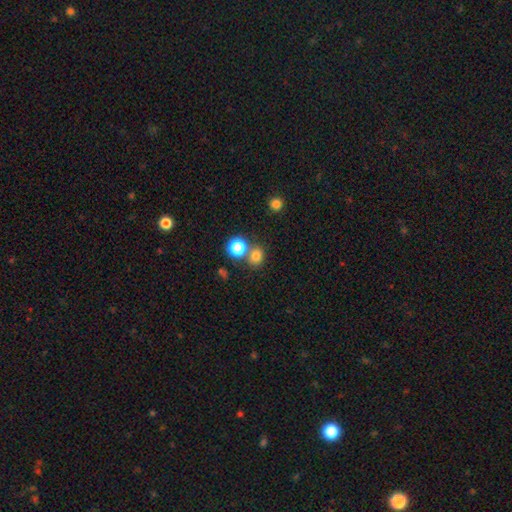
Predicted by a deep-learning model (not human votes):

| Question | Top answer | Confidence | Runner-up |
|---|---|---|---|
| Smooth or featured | smooth | 77% | star or artifact (16%) |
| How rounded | round | 74% | in between (25%) |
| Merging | none | 63% | merger (25%) |